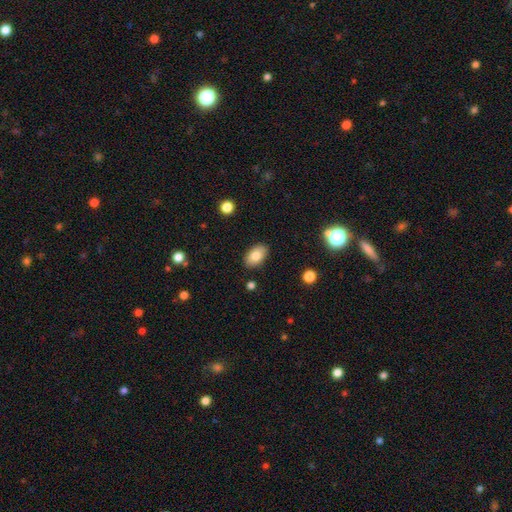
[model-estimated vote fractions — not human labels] Morphology: type=smooth (81%); roundness=in between (91%); merging=none (88%).